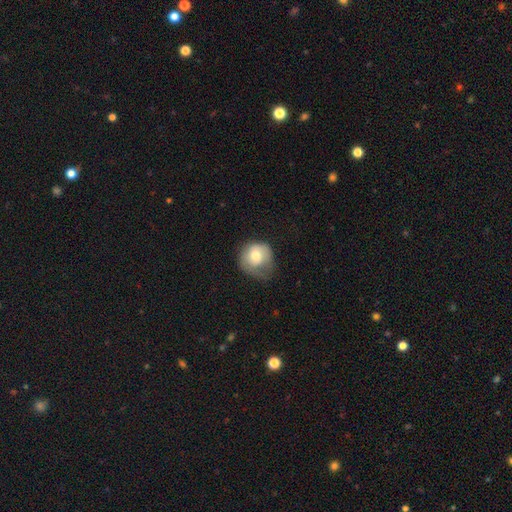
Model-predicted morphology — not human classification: Smooth or featured?
  - smooth: 68% *
  - featured or disk: 24%
  - star or artifact: 7%
How rounded?
  - round: 79% *
  - in between: 20%
  - cigar-shaped: 1%
Merging?
  - minor disturbance: 39% *
  - none: 34%
  - major disturbance: 26%
  - merger: 2%